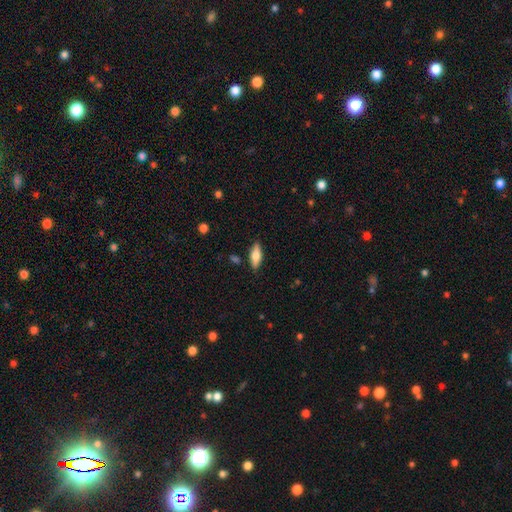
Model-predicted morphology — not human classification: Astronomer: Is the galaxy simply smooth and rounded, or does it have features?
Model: smooth — 66%.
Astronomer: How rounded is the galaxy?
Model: in between — 66%.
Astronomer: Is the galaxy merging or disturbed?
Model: none — 85%.